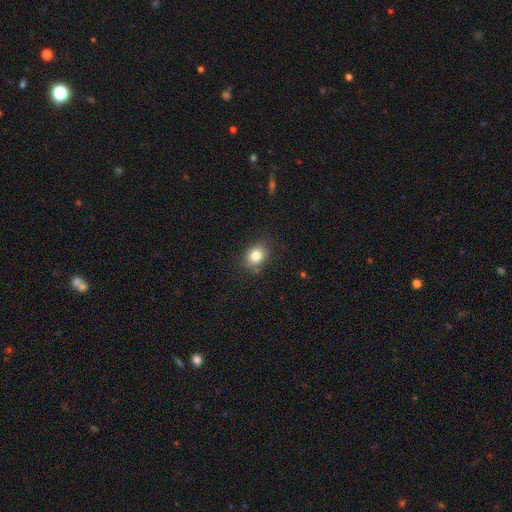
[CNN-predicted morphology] This is clearly a smooth galaxy (82%). How rounded: possibly in between (56%). Merging: clearly none (82%).